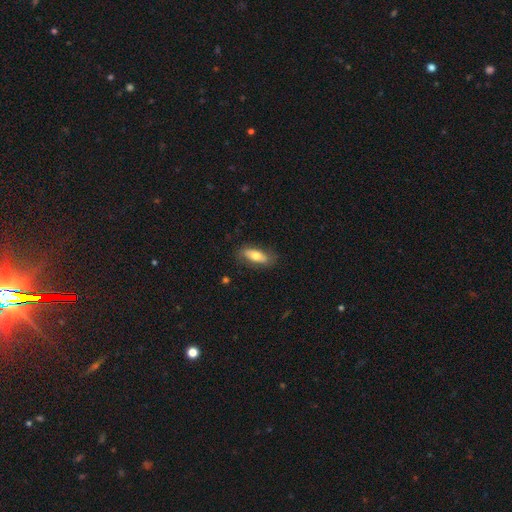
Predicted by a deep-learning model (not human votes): Morphology: type=smooth (66%); roundness=in between (73%); merging=none (77%).